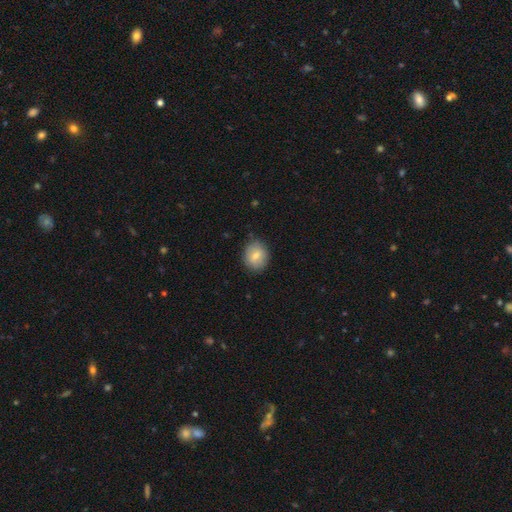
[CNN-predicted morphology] Smooth or featured? smooth (76%)
How rounded? round (66%)
Merging? none (82%)